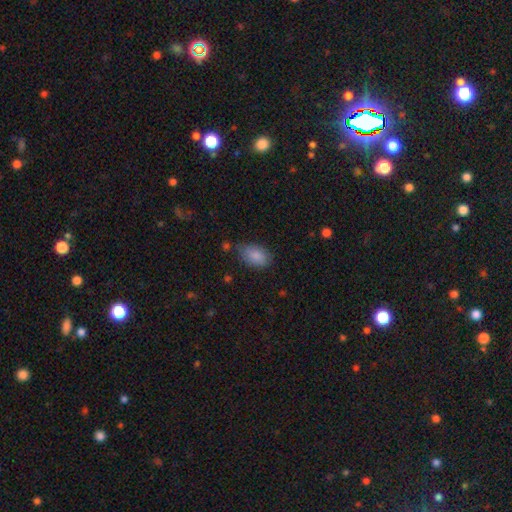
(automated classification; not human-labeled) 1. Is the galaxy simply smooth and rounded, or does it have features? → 87% smooth, 7% star or artifact, 6% featured or disk.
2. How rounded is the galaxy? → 91% in between, 7% round, 2% cigar-shaped.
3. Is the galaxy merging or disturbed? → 65% none, 26% minor disturbance, 6% major disturbance, 3% merger.